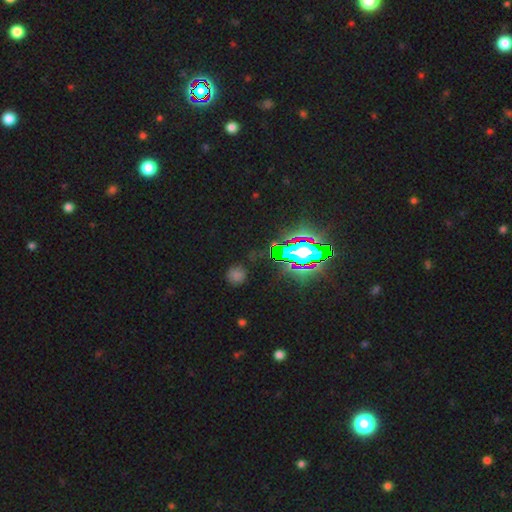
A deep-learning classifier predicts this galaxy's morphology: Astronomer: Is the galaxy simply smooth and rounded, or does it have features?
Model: star or artifact — 72%.